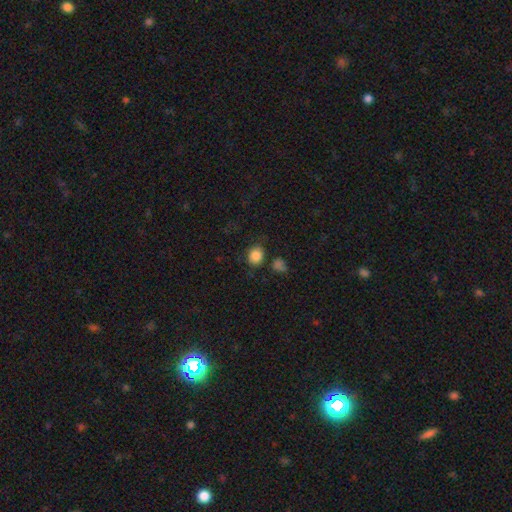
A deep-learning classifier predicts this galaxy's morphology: Smooth or featured?
  - smooth: 85% *
  - star or artifact: 10%
  - featured or disk: 4%
How rounded?
  - round: 70% *
  - in between: 29%
  - cigar-shaped: 1%
Merging?
  - none: 75% *
  - minor disturbance: 14%
  - merger: 6%
  - major disturbance: 5%